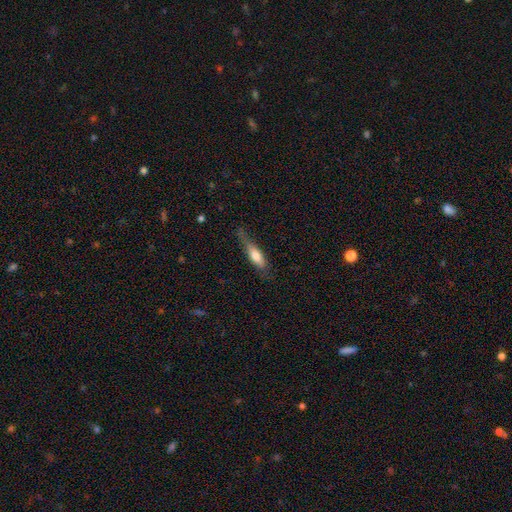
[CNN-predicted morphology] Smooth or featured?
  - smooth: 65% *
  - featured or disk: 29%
  - star or artifact: 6%
How rounded?
  - cigar-shaped: 59% *
  - in between: 39%
  - round: 2%
Merging?
  - none: 51% *
  - minor disturbance: 31%
  - major disturbance: 15%
  - merger: 2%